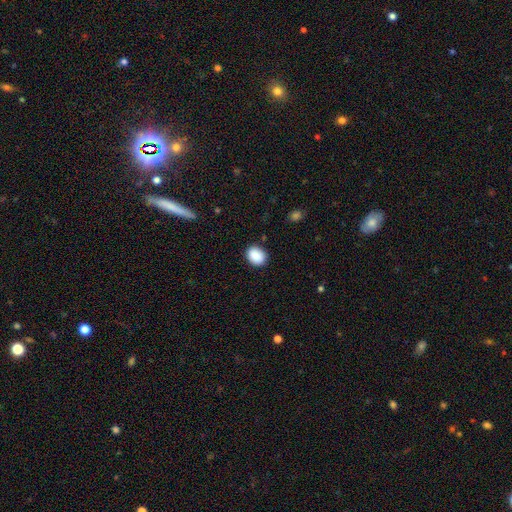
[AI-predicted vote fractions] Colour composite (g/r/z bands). It shows a smooth galaxy with no disk features (89%) that is in between round and cigar-shaped (51%). Merging: none (86%).